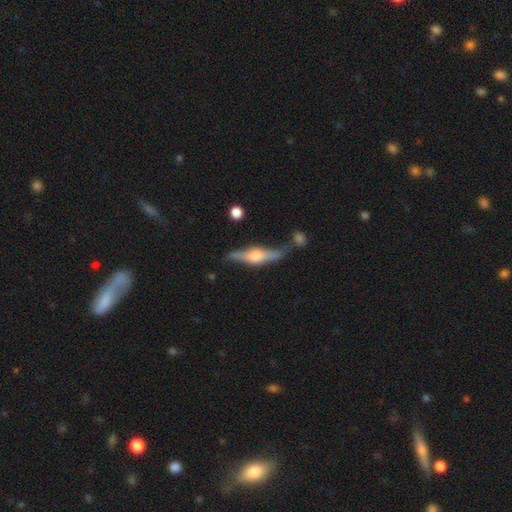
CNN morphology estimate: Q: Smooth or featured?
A: featured or disk (71%); runner-up: smooth (23%)
Q: Edge-on disk?
A: yes (94%); runner-up: no (6%)
Q: Edge-on bulge?
A: rounded (92%); runner-up: boxy (6%)
Q: Merging?
A: none (68%); runner-up: minor disturbance (17%)